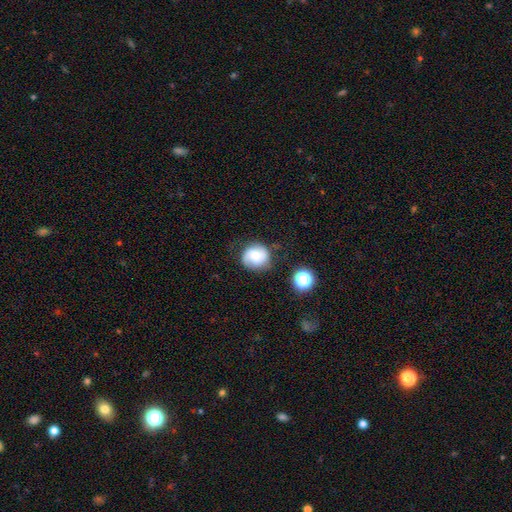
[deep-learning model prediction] A smooth galaxy with no disk features (49%). Merging: none (64%).